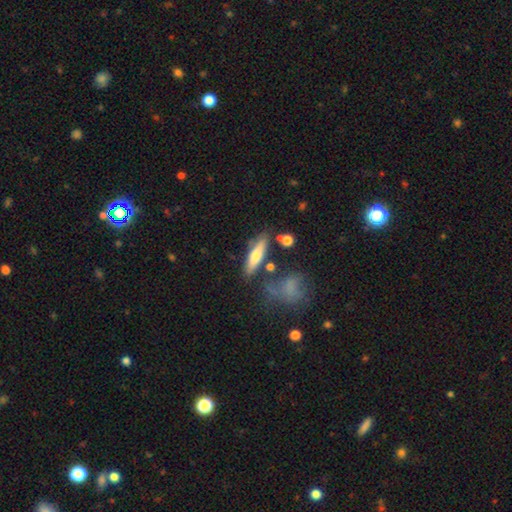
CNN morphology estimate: A smooth galaxy with no disk features (67%) that is cigar-shaped (66%). Merging: none (68%).